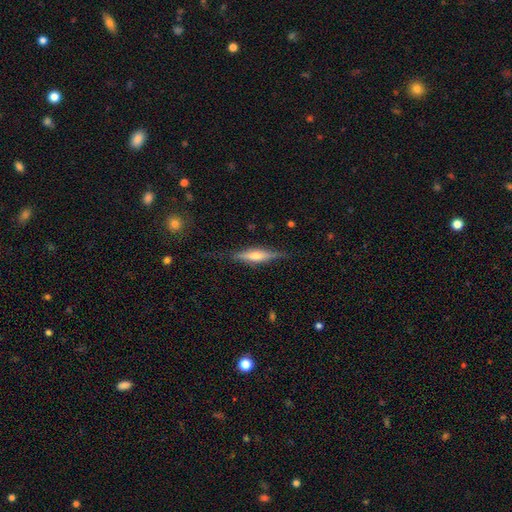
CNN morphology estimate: Smooth or featured: featured or disk — 61% (smooth — 33%)
Edge-on disk: yes — 94% (no — 6%)
Edge-on bulge: rounded — 75% (boxy — 15%)
Merging: none — 79% (minor disturbance — 16%)